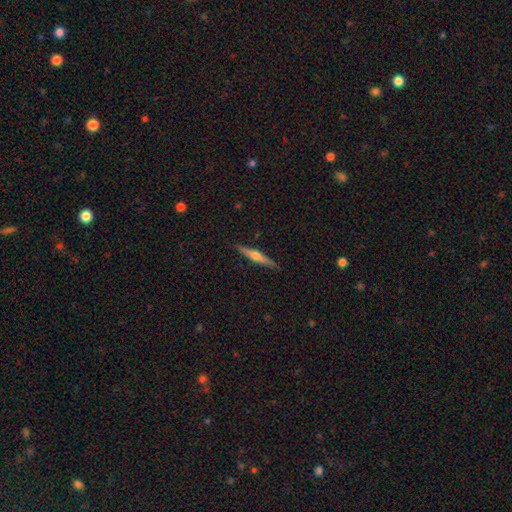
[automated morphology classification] Q: Smooth or featured?
A: featured or disk (67%); runner-up: smooth (27%)
Q: Edge-on disk?
A: yes (97%); runner-up: no (3%)
Q: Edge-on bulge?
A: rounded (91%); runner-up: none (5%)
Q: Merging?
A: none (89%); runner-up: minor disturbance (8%)